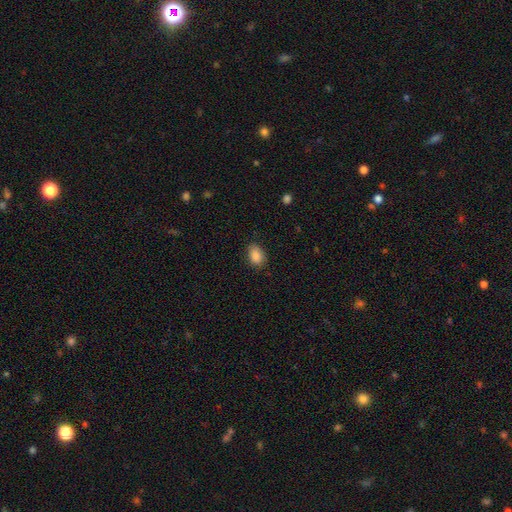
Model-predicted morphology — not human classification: Smooth or featured? Predicted: smooth (p=0.87). How rounded? Predicted: in between (p=0.80). Merging? Predicted: none (p=0.83).